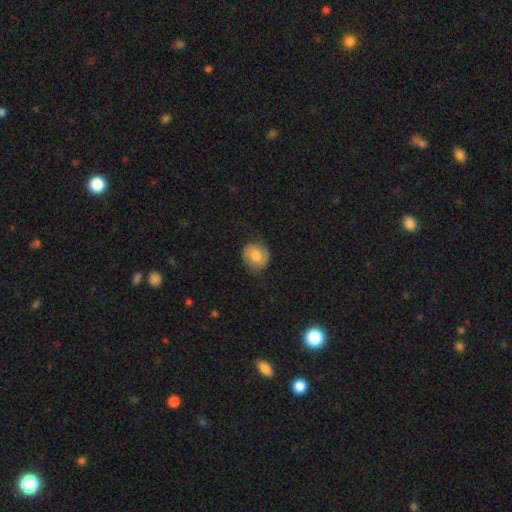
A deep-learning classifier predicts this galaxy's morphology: Overall: smooth (65%; featured or disk 28%). How rounded: round (79%). Merging: none (77%).